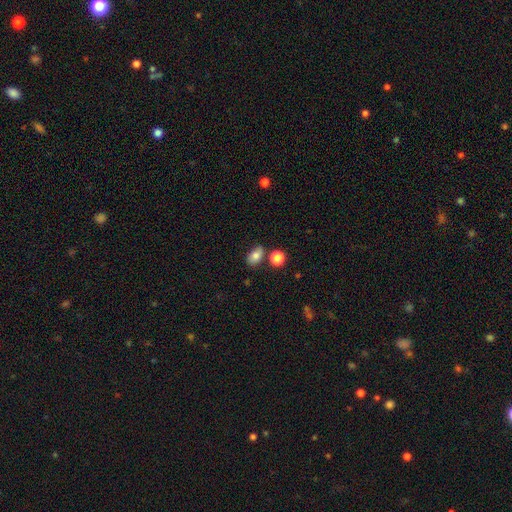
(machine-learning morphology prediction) smooth 80%, star or artifact 10%, featured or disk 10%. Down the decision tree: how rounded — in between (81%); merging — none (71%).